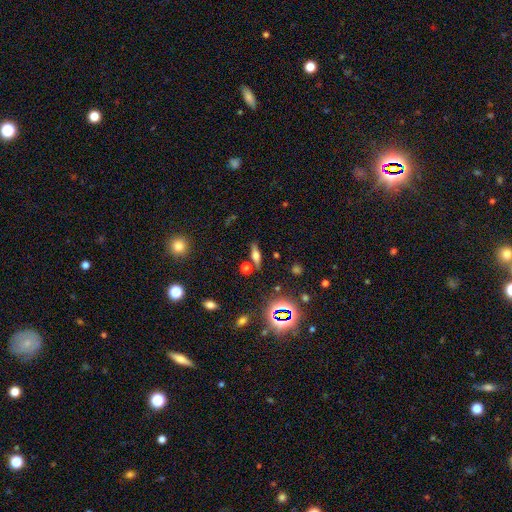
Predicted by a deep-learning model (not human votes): Smooth or featured: featured or disk — 44% (smooth — 38%)
Merging: none — 80% (minor disturbance — 10%)